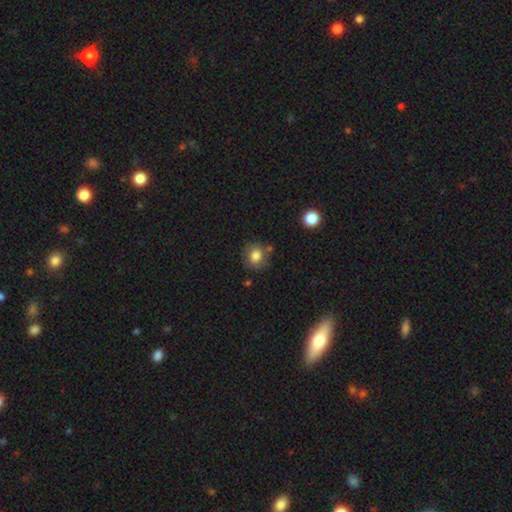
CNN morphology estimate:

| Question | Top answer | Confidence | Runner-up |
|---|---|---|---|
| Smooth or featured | smooth | 81% | star or artifact (10%) |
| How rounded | round | 79% | in between (20%) |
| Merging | none | 76% | minor disturbance (14%) |